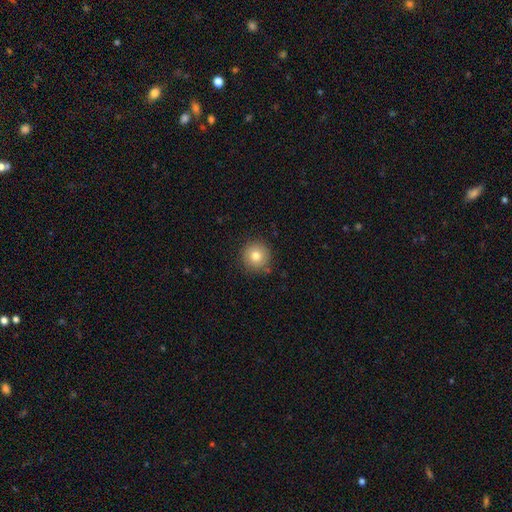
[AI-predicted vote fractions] smooth-or-featured: smooth: 78% | featured or disk: 11% | star or artifact: 11%
  how-rounded: round: 95% | in between: 4% | cigar-shaped: 1%
  merging: none: 86% | minor disturbance: 9% | major disturbance: 3% | merger: 2%